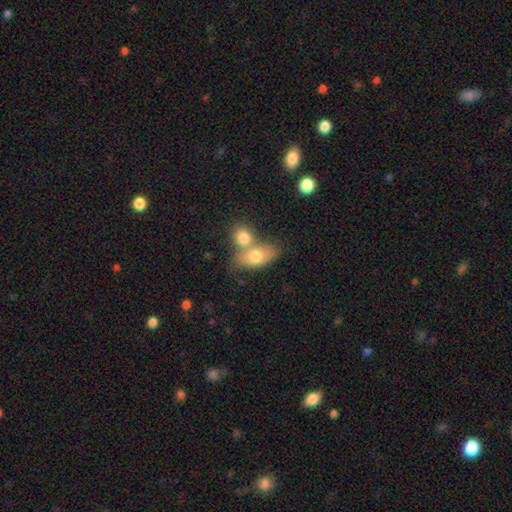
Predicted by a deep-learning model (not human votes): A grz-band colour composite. It shows a smooth galaxy with no disk features (73%) that is in between round and cigar-shaped (80%). Merging: merger (57%).